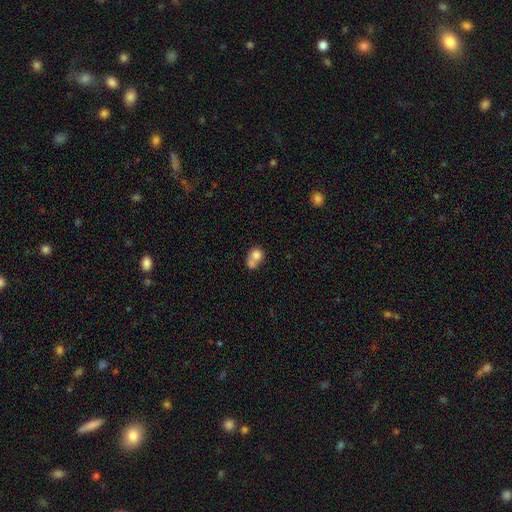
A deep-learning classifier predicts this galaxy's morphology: smooth 75%, featured or disk 16%, star or artifact 9%. Down the decision tree: how rounded — round (71%); merging — merger (64%).